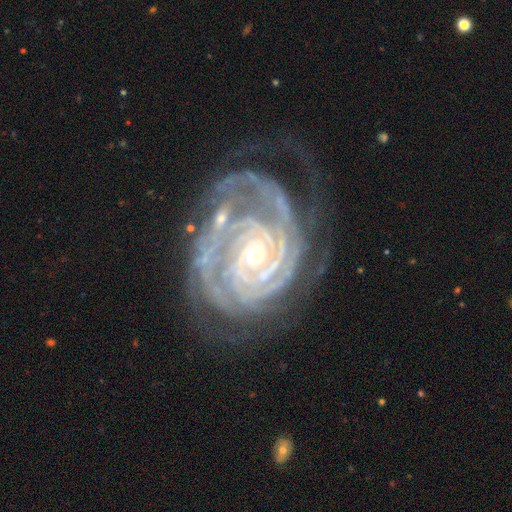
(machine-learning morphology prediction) Smooth or featured? featured or disk (92%)
Edge-on disk? no (98%)
Bar? no (64%)
Spiral arms? yes (99%)
Spiral winding? tight (84%)
Spiral arm count? 2 (29%)
Bulge size? small (76%)
Merging? none (56%)